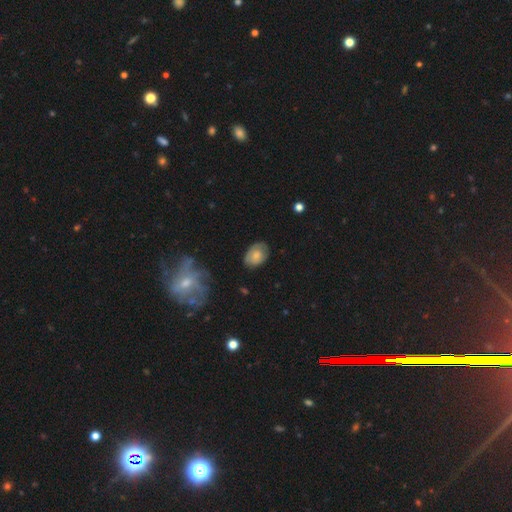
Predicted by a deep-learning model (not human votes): A smooth galaxy with no disk features (65%) that is in between round and cigar-shaped (78%).

Vote fractions:
- Smooth or featured? smooth: 65% / featured or disk: 27% / star or artifact: 8%
- How rounded? in between: 78% / round: 21% / cigar-shaped: 1%
- Merging? none: 73% / minor disturbance: 21% / major disturbance: 5% / merger: 2%